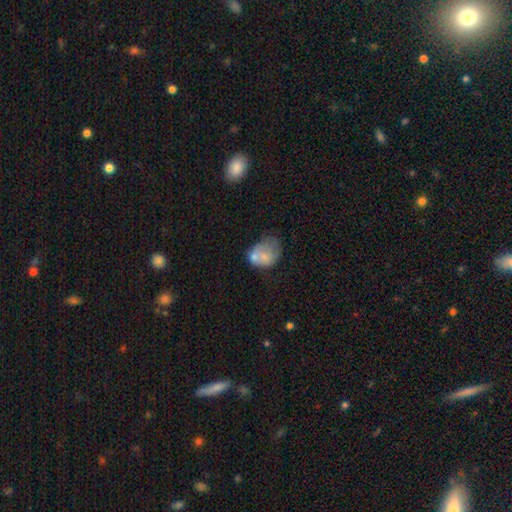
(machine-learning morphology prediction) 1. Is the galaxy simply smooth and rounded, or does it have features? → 52% smooth, 29% featured or disk, 19% star or artifact.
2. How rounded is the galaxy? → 51% in between, 47% round, 2% cigar-shaped.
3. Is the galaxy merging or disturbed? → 42% none, 23% merger, 20% minor disturbance, 14% major disturbance.